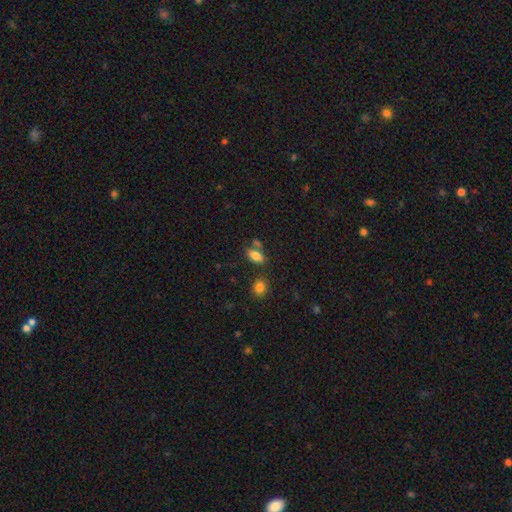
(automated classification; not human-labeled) Smooth or featured?
  - smooth: 81% *
  - star or artifact: 10%
  - featured or disk: 9%
How rounded?
  - in between: 89% *
  - cigar-shaped: 6%
  - round: 5%
Merging?
  - none: 60% *
  - merger: 22%
  - minor disturbance: 13%
  - major disturbance: 5%